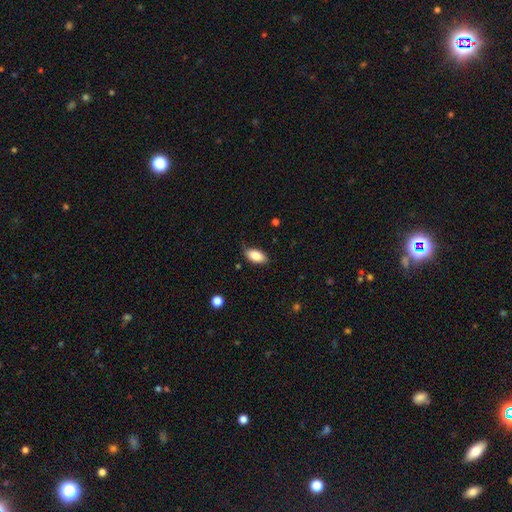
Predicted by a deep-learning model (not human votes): Morphology: type=smooth (85%); roundness=in between (92%); merging=none (77%).